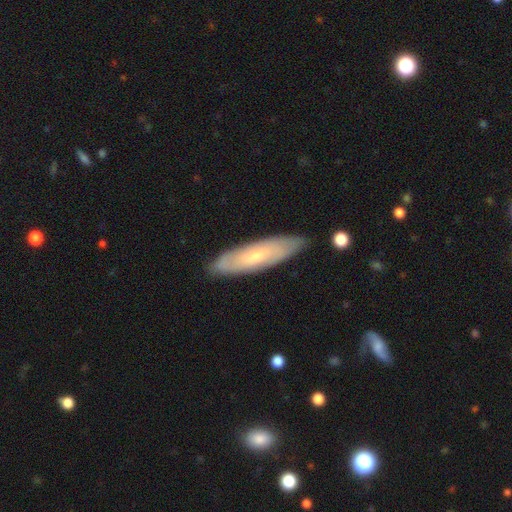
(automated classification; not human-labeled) Overall: smooth (51%; featured or disk 43%). How rounded: cigar-shaped (66%; in between 32%). Merging: none (84%).